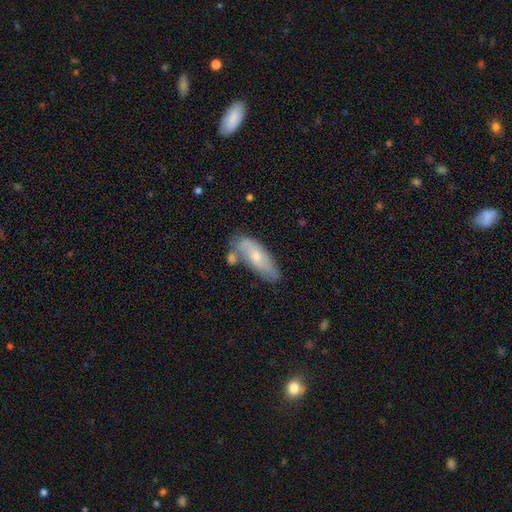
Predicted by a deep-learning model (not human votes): A smooth galaxy with no disk features (52%) that is in between round and cigar-shaped (72%).

Vote fractions:
- Smooth or featured? smooth: 52% / featured or disk: 41% / star or artifact: 7%
- How rounded? in between: 72% / cigar-shaped: 26% / round: 2%
- Merging? none: 47% / minor disturbance: 26% / merger: 18% / major disturbance: 8%